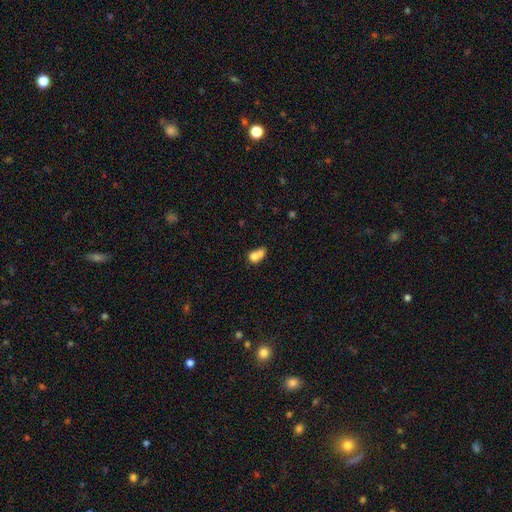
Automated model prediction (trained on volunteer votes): This appears to be a smooth galaxy with no disk features (72%) that is in between round and cigar-shaped (52%). Merging: merger (67%).